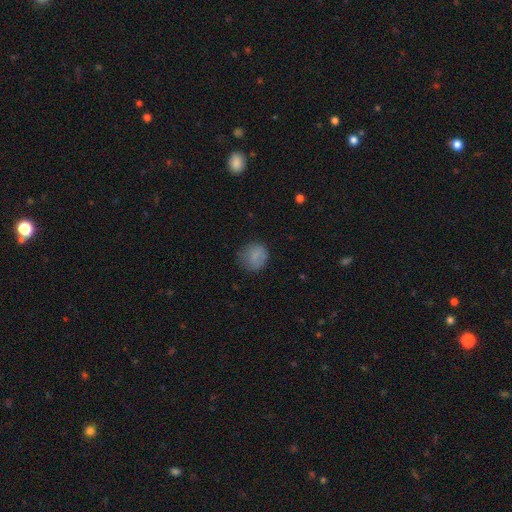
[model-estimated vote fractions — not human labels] smooth 81%, featured or disk 10%, star or artifact 9%. Down the decision tree: how rounded — round (82%); merging — none (71%).